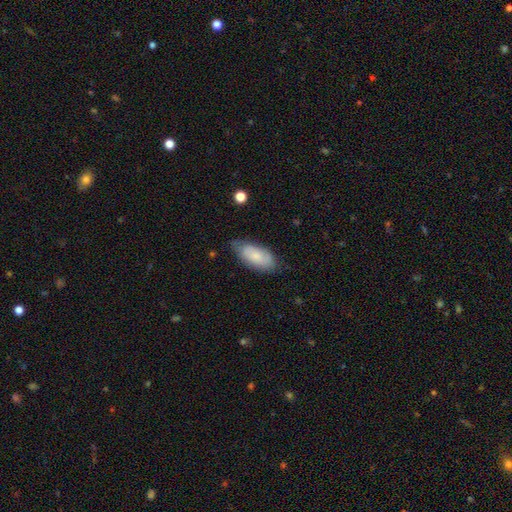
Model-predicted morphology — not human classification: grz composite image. It shows a smooth galaxy with no disk features (72%) that is in between round and cigar-shaped (91%). Merging: none (64%).